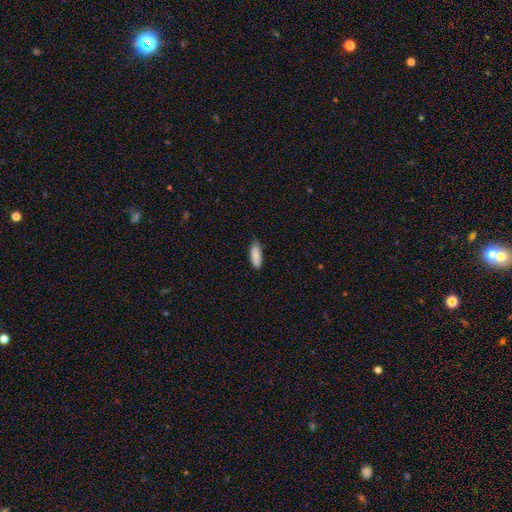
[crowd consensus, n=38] smooth_or_featured: smooth (p=0.87) [alt: featured or disk p=0.08]
how_rounded: in between (p=0.61) [alt: cigar-shaped p=0.39]
merging: none (p=0.75) [alt: minor disturbance p=0.19]